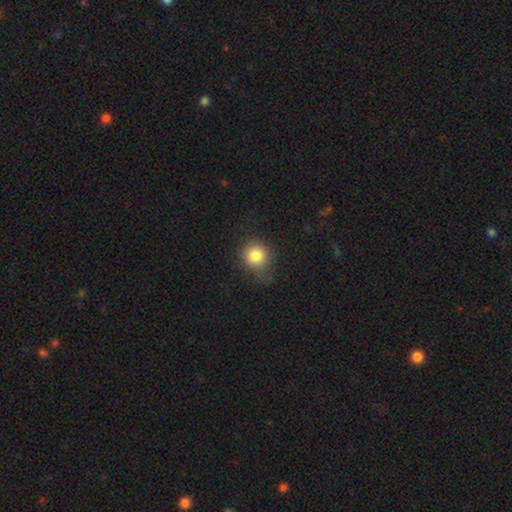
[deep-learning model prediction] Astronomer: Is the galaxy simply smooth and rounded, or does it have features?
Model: smooth — 83%.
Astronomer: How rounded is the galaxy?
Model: round — 85%.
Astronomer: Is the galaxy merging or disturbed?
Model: none — 66%.